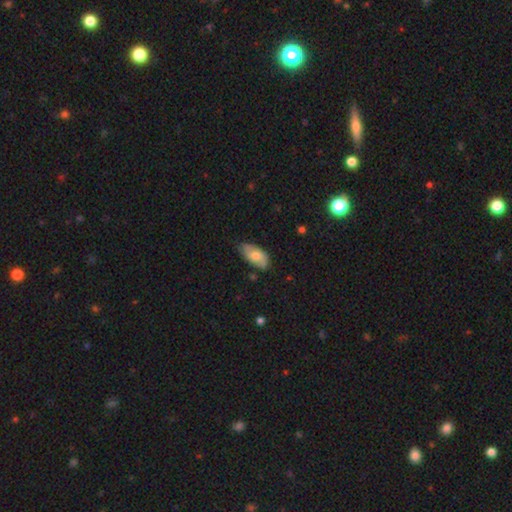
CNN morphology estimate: smooth 67%, featured or disk 26%, star or artifact 6%. Down the decision tree: how rounded — in between (93%); merging — none (66%).